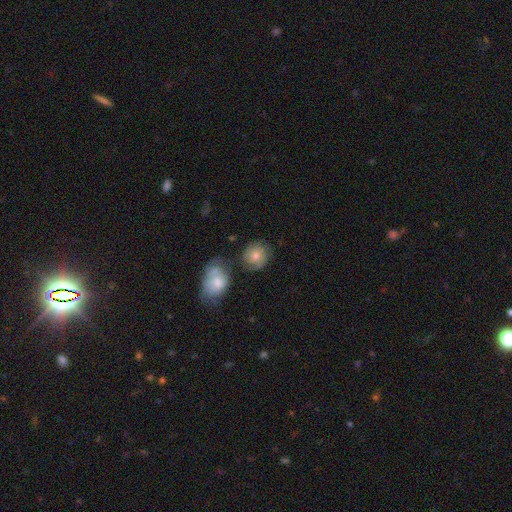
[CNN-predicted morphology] smooth 60%, featured or disk 31%, star or artifact 9%. Down the decision tree: how rounded — round (76%); merging — none (59%).